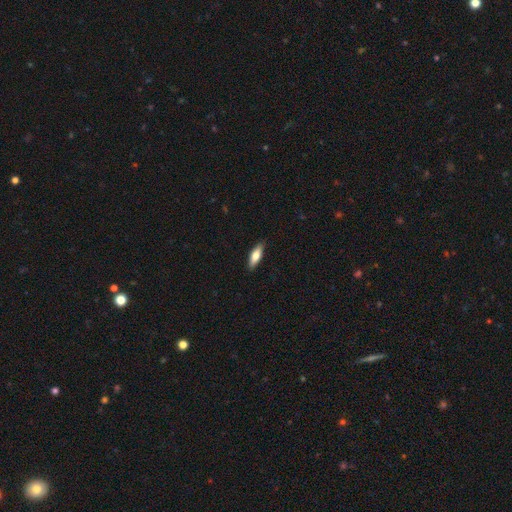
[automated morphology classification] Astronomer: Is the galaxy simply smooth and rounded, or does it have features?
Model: smooth — 67%.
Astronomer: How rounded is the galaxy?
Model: in between — 52% (runner-up: cigar-shaped, 46%).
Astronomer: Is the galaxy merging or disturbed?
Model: none — 88%.